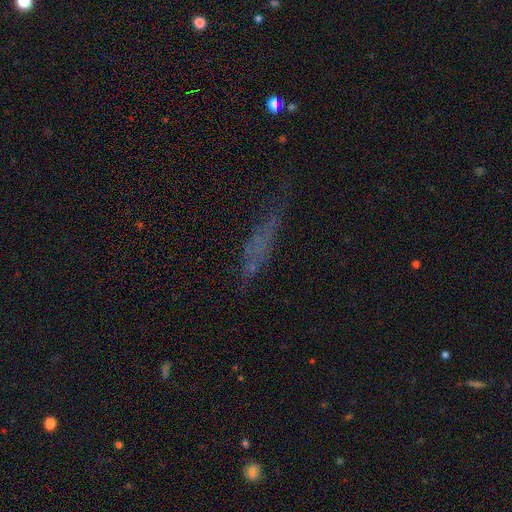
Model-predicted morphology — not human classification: A smooth galaxy with no disk features (43%).

Vote fractions:
- Smooth or featured? smooth: 43% / featured or disk: 33% / star or artifact: 24%
- Merging? none: 52% / minor disturbance: 24% / major disturbance: 20% / merger: 5%